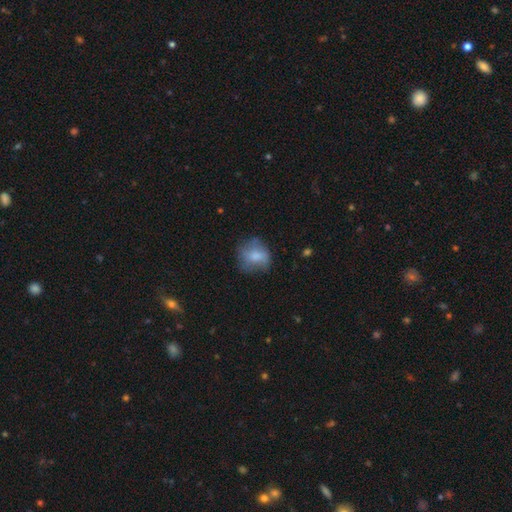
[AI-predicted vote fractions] Overall: smooth (65%; featured or disk 26%). How rounded: round (73%). Merging: none (60%; minor disturbance 24%).